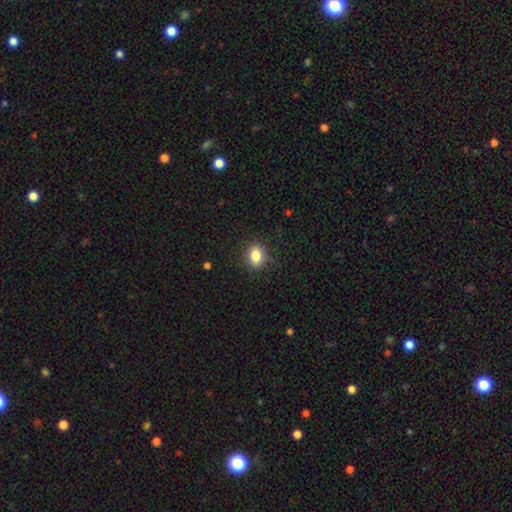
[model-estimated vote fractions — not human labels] Smooth or featured? Predicted: smooth (p=0.84). How rounded? Predicted: in between (p=0.68). Merging? Predicted: none (p=0.86).